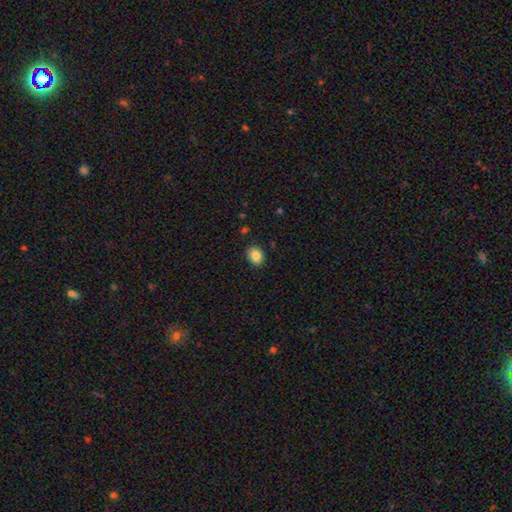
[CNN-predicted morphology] A smooth galaxy with no disk features (85%) that is round (50%).

Vote fractions:
- Smooth or featured? smooth: 85% / star or artifact: 9% / featured or disk: 6%
- How rounded? round: 50% / in between: 49% / cigar-shaped: 1%
- Merging? none: 87% / minor disturbance: 10% / major disturbance: 2% / merger: 1%